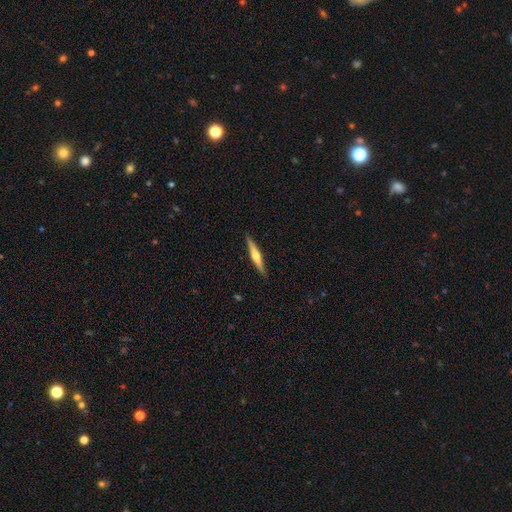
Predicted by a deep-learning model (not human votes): Overall: featured or disk (63%; smooth 32%). Edge-on disk: yes (97%). Edge-on bulge: rounded (88%). Merging: none (90%).